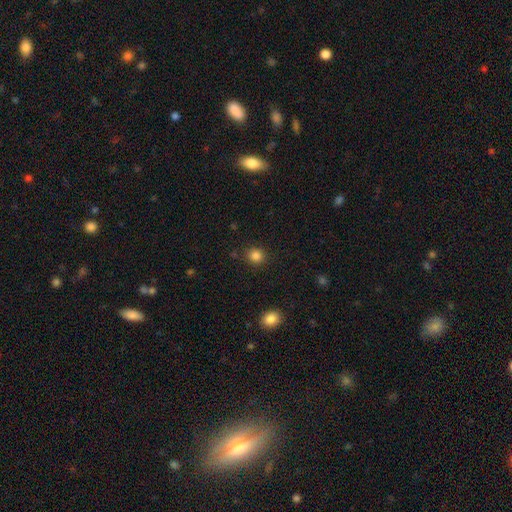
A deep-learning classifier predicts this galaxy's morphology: This is clearly a smooth galaxy (85%). How rounded: clearly round (86%). Merging: clearly none (88%).